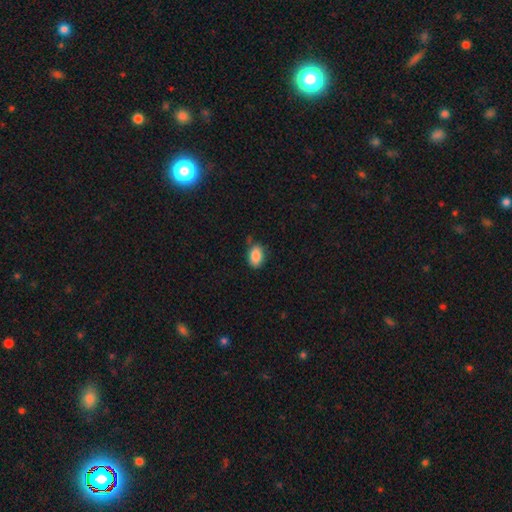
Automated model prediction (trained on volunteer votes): A smooth galaxy with no disk features (88%) that is in between round and cigar-shaped (85%).

Vote fractions:
- Smooth or featured? smooth: 88% / star or artifact: 8% / featured or disk: 5%
- How rounded? in between: 85% / round: 13% / cigar-shaped: 1%
- Merging? none: 71% / minor disturbance: 21% / major disturbance: 4% / merger: 3%